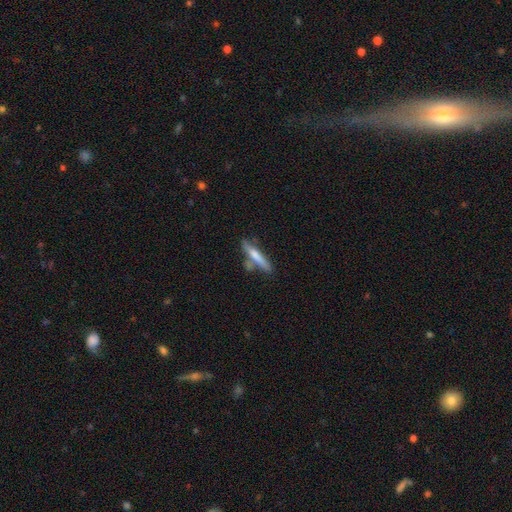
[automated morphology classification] type=smooth (59%); roundness=cigar-shaped (90%); merging=none (63%).